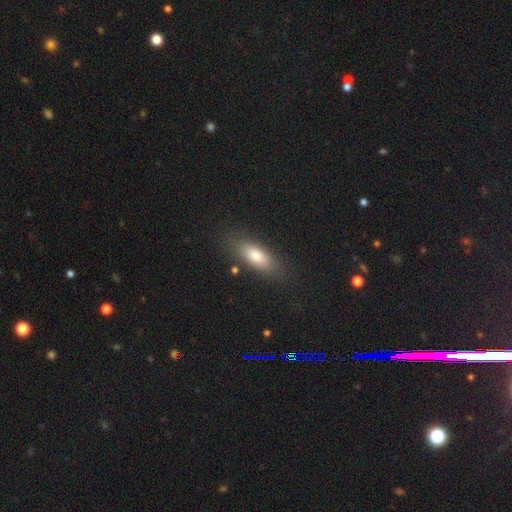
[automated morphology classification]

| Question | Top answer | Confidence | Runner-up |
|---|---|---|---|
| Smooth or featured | smooth | 77% | featured or disk (15%) |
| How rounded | in between | 72% | cigar-shaped (24%) |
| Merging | none | 81% | minor disturbance (12%) |